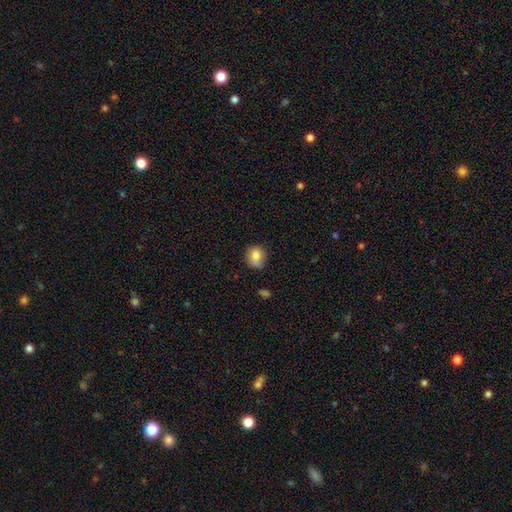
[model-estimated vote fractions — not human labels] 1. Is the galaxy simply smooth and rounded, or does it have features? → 82% smooth, 9% star or artifact, 9% featured or disk.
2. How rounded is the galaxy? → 71% round, 28% in between, 1% cigar-shaped.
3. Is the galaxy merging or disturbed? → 76% none, 19% minor disturbance, 4% major disturbance, 2% merger.